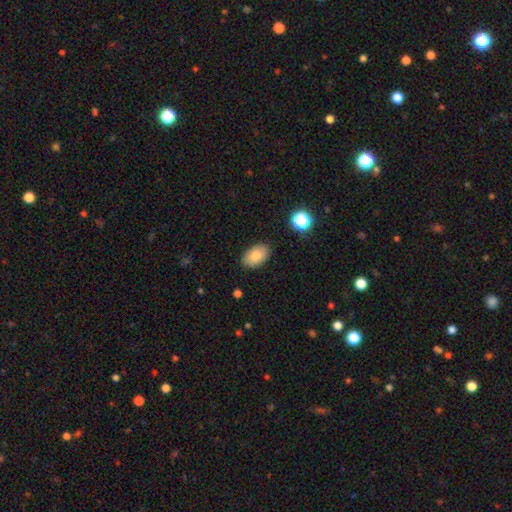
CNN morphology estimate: This is clearly a smooth galaxy (84%). How rounded: clearly in between (90%). Merging: clearly none (87%).